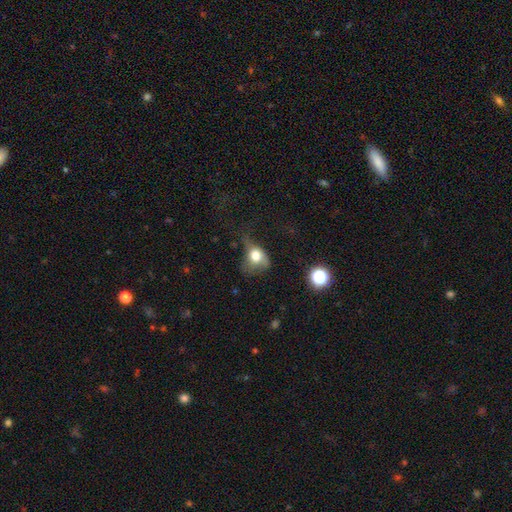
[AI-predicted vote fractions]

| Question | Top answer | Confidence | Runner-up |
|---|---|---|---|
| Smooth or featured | smooth | 67% | featured or disk (21%) |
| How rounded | round | 51% | in between (47%) |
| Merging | major disturbance | 42% | minor disturbance (29%) |